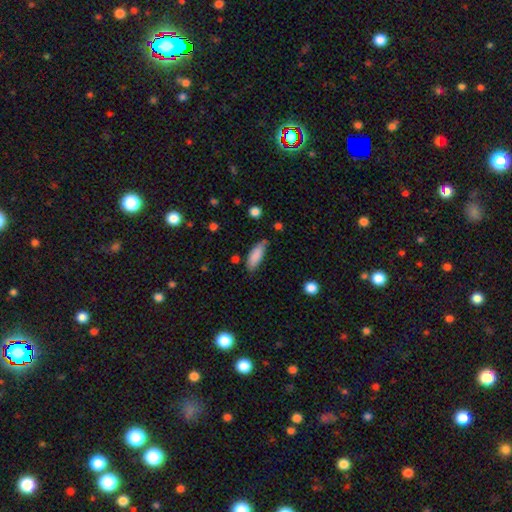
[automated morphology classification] A smooth galaxy with no disk features (87%) that is in between round and cigar-shaped (63%). Merging: none (72%).